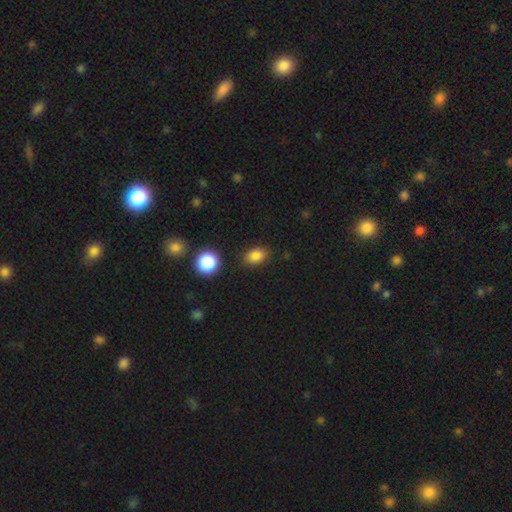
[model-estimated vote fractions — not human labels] A smooth galaxy with no disk features (84%) that is in between round and cigar-shaped (72%).

Vote fractions:
- Smooth or featured? smooth: 84% / star or artifact: 11% / featured or disk: 5%
- How rounded? in between: 72% / round: 27% / cigar-shaped: 1%
- Merging? none: 84% / minor disturbance: 10% / merger: 3% / major disturbance: 3%